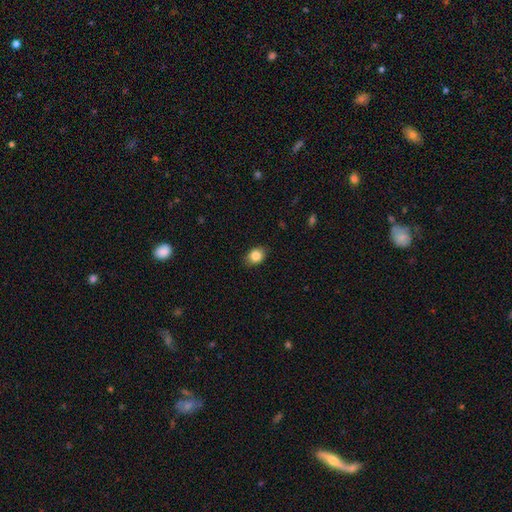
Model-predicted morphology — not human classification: smooth 86%, star or artifact 9%, featured or disk 5%. Down the decision tree: how rounded — in between (56%); merging — none (84%).